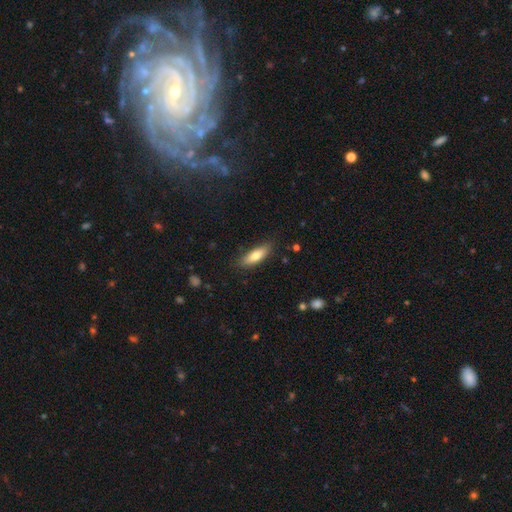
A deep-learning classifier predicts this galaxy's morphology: A smooth galaxy with no disk features (74%) that is in between round and cigar-shaped (53%). Merging: none (83%).